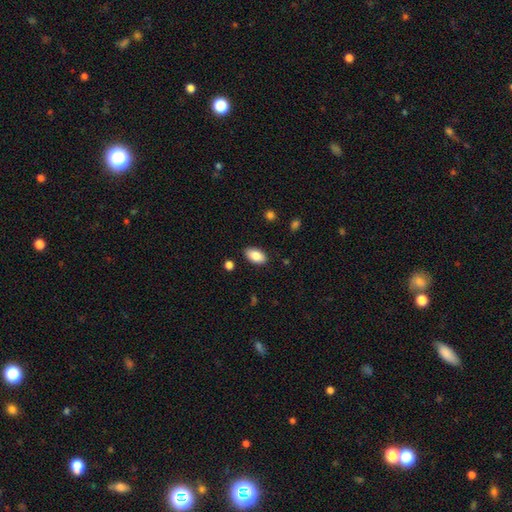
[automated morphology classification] Smooth or featured? Predicted: smooth (p=0.85). How rounded? Predicted: in between (p=0.94). Merging? Predicted: none (p=0.87).